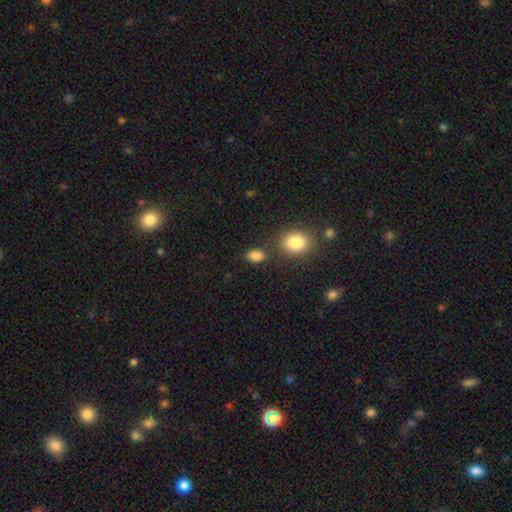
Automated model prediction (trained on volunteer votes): Smooth or featured? smooth (85%)
How rounded? in between (80%)
Merging? none (76%)